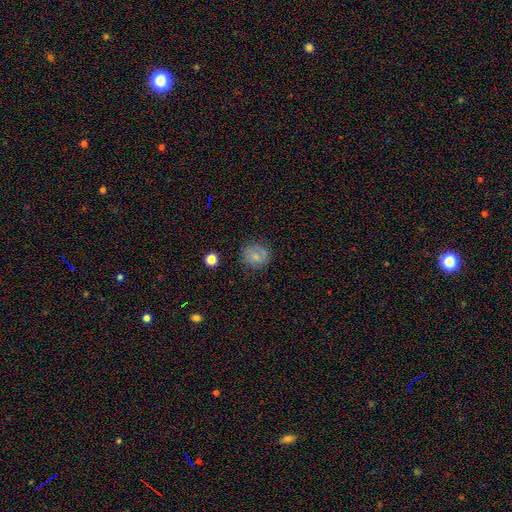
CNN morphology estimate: A smooth galaxy with no disk features (73%) that is round (83%).

Vote fractions:
- Smooth or featured? smooth: 73% / featured or disk: 16% / star or artifact: 11%
- How rounded? round: 83% / in between: 16% / cigar-shaped: 1%
- Merging? none: 79% / minor disturbance: 15% / major disturbance: 4% / merger: 2%